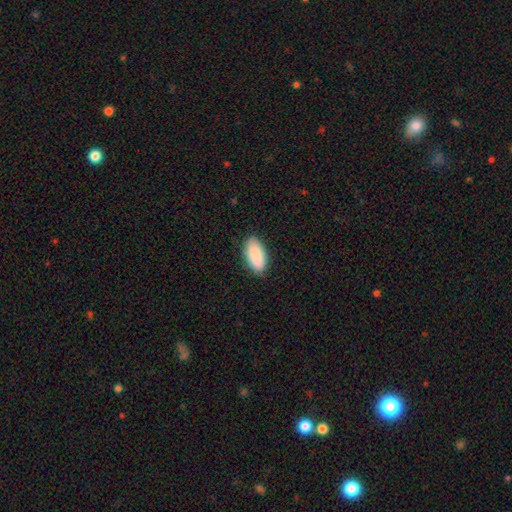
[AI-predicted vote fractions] Smooth or featured: smooth — 90% (star or artifact — 6%)
How rounded: in between — 93% (cigar-shaped — 5%)
Merging: none — 84% (minor disturbance — 12%)